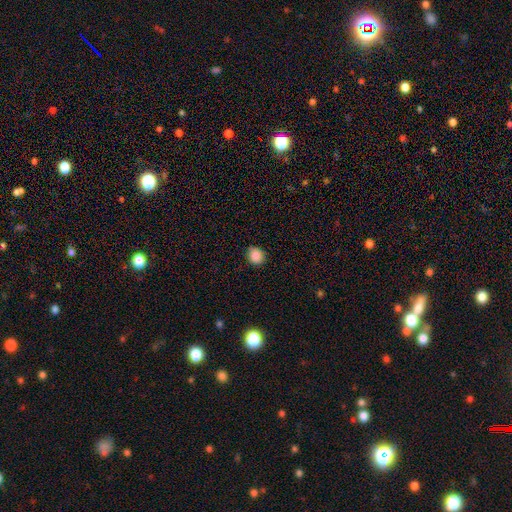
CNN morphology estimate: A smooth galaxy with no disk features (87%) that is round (77%). Merging: none (86%).